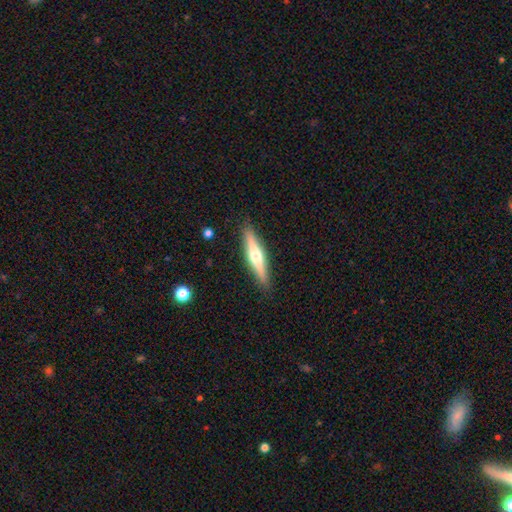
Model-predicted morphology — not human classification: Q: Smooth or featured?
A: featured or disk (63%); runner-up: smooth (32%)
Q: Edge-on disk?
A: yes (96%); runner-up: no (4%)
Q: Edge-on bulge?
A: rounded (91%); runner-up: none (5%)
Q: Merging?
A: none (90%); runner-up: minor disturbance (7%)